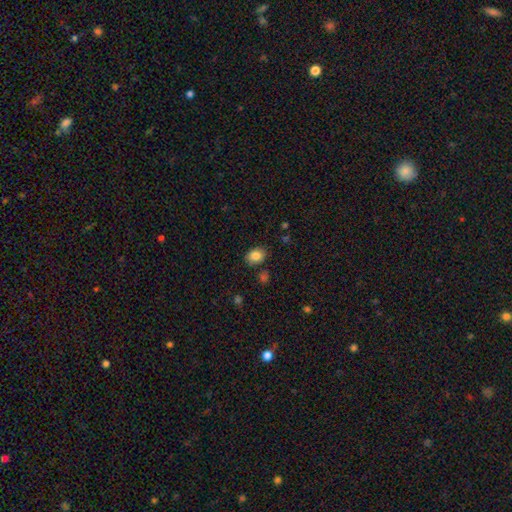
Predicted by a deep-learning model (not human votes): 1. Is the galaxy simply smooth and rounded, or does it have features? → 85% smooth, 9% star or artifact, 6% featured or disk.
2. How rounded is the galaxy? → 69% in between, 30% round, 1% cigar-shaped.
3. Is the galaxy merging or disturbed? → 81% none, 12% minor disturbance, 4% merger, 3% major disturbance.